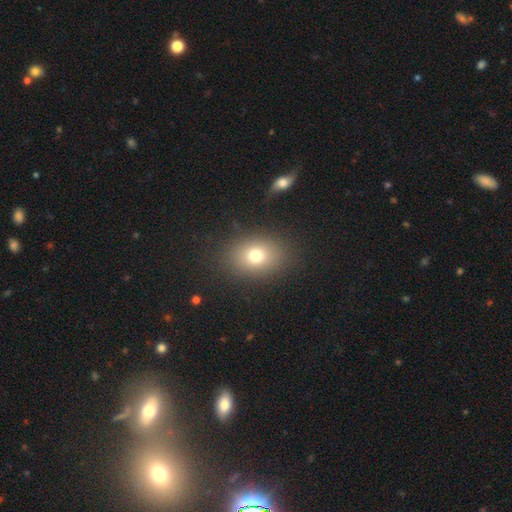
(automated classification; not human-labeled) This is likely a smooth galaxy (75%). How rounded: possibly in between (59%). Merging: clearly none (85%).